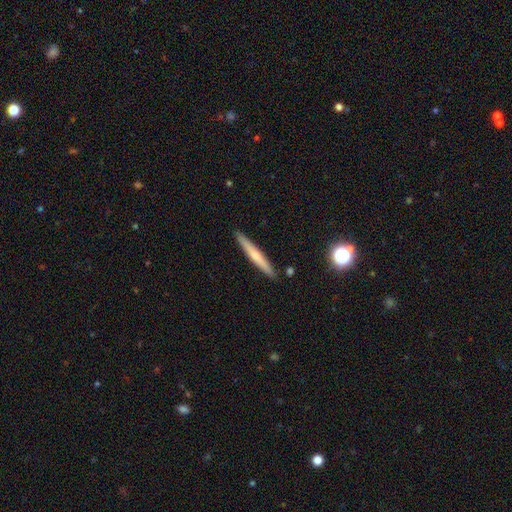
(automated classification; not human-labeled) This is possibly a smooth galaxy (53%). How rounded: clearly cigar-shaped (96%). Merging: clearly none (91%).